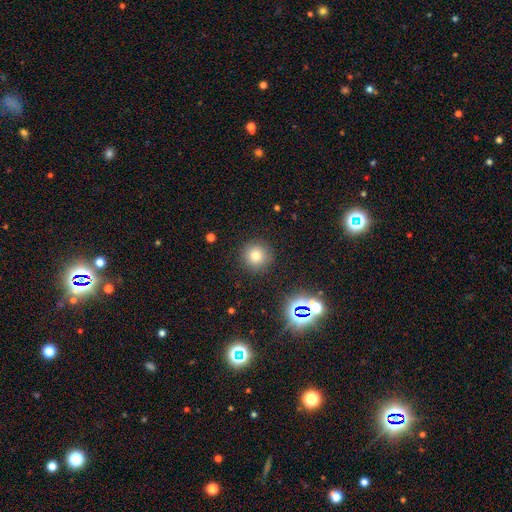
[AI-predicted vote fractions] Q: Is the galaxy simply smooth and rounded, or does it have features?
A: smooth — 76%.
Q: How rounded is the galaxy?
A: round — 95%.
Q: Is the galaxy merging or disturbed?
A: none — 90%.